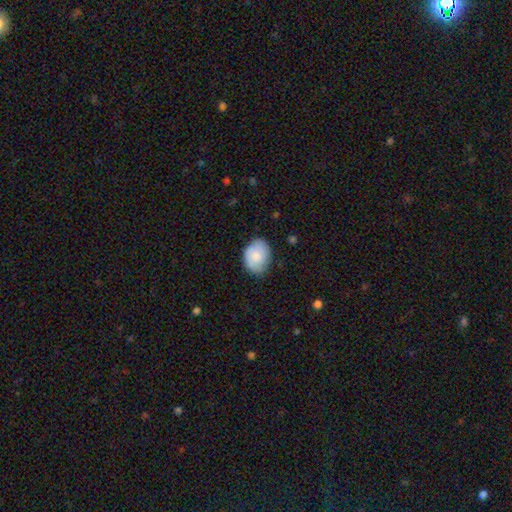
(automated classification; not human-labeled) Smooth or featured? Predicted: smooth (p=0.69). How rounded? Predicted: in between (p=0.65). Merging? Predicted: none (p=0.70).